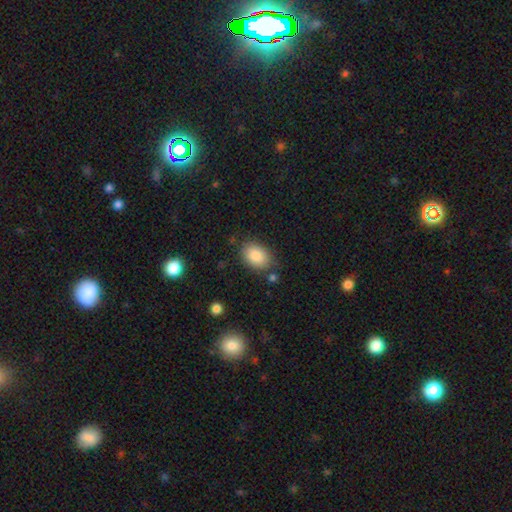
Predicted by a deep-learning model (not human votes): Smooth or featured: smooth — 85% (star or artifact — 8%)
How rounded: in between — 78% (round — 21%)
Merging: none — 77% (minor disturbance — 15%)